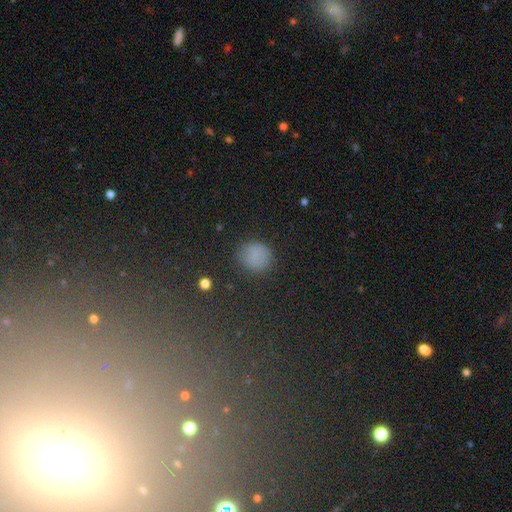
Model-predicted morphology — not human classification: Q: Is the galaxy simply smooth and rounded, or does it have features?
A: smooth — 77%.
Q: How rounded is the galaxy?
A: round — 83%.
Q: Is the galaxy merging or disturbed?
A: none — 84%.